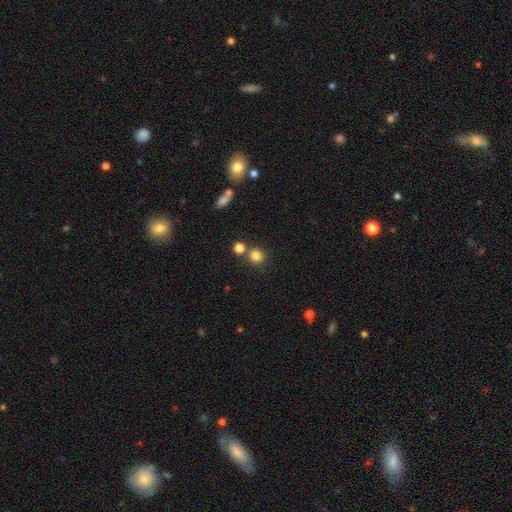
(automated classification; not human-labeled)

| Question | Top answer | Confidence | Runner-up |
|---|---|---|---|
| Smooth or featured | smooth | 81% | star or artifact (13%) |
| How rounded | round | 91% | in between (8%) |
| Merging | none | 71% | merger (18%) |